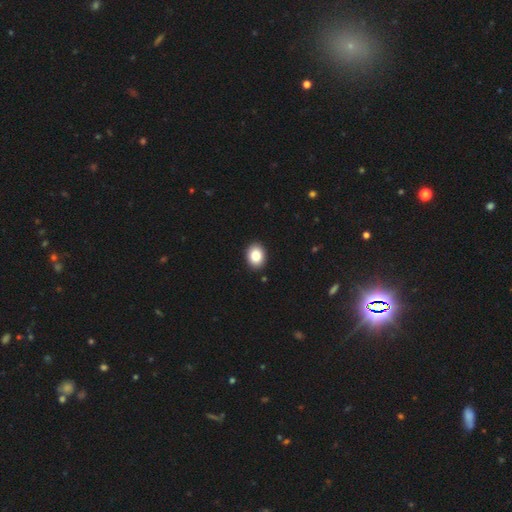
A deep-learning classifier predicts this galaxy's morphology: smooth_or_featured: smooth (p=0.86) [alt: star or artifact p=0.08]
how_rounded: in between (p=0.61) [alt: round p=0.38]
merging: none (p=0.91) [alt: minor disturbance p=0.06]